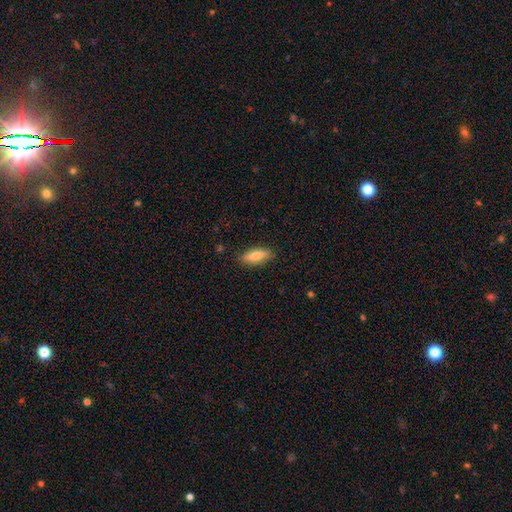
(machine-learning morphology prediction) A smooth galaxy with no disk features (77%) that is in between round and cigar-shaped (62%). Merging: none (85%).